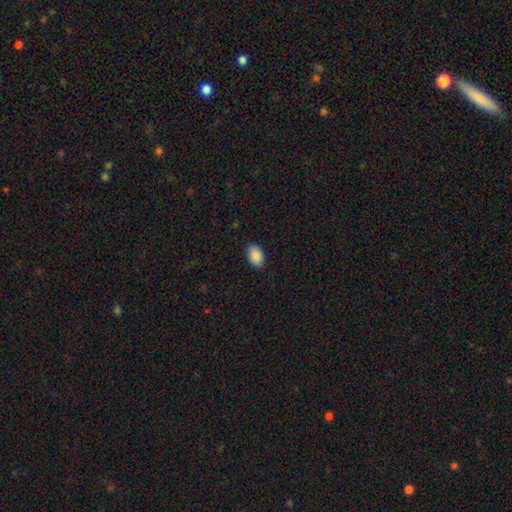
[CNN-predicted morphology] type=smooth (90%); roundness=in between (89%); merging=none (88%).